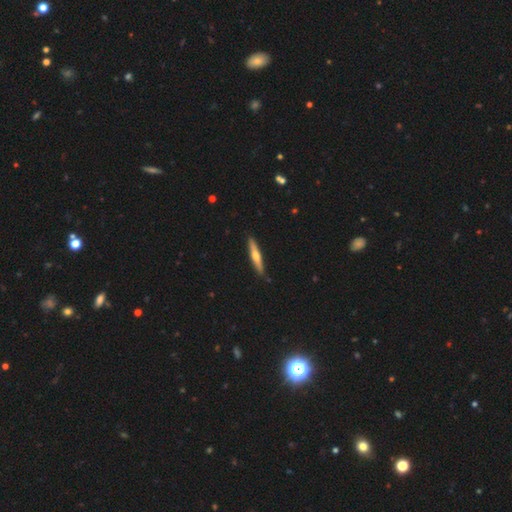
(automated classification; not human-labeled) A featured or disk galaxy (52%) viewed edge-on (96%). Merging: none (90%).